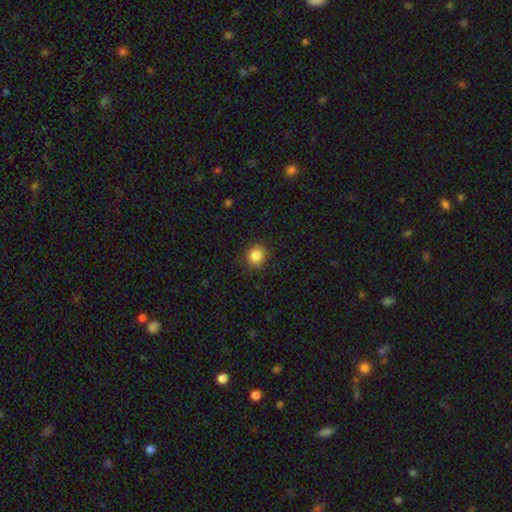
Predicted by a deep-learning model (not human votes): smooth 86%, star or artifact 10%, featured or disk 4%. Down the decision tree: how rounded — round (84%); merging — none (87%).